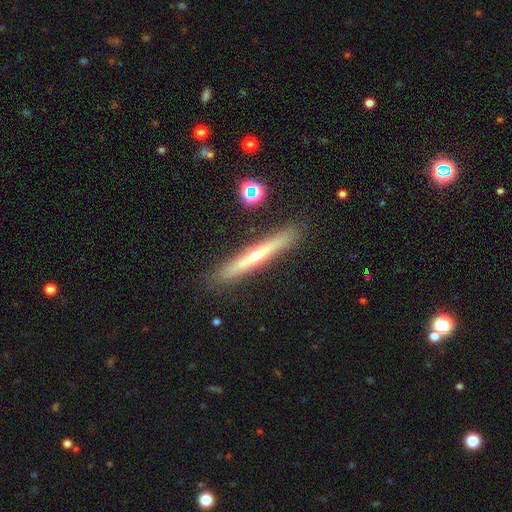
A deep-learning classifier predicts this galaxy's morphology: This appears to be a featured or disk galaxy (64%) viewed edge-on (94%) with a rounded central bulge (83%). Merging: none (89%).